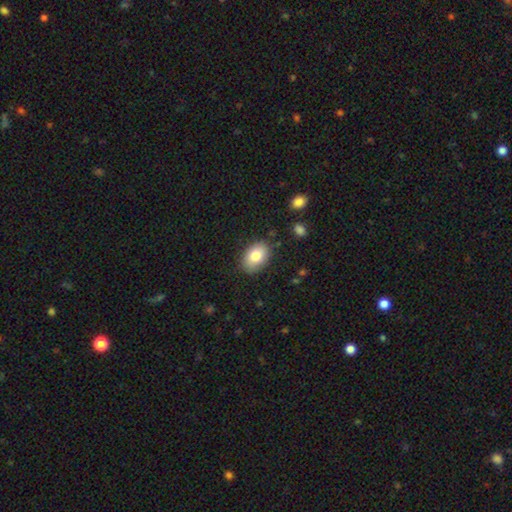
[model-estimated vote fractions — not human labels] Morphology: type=smooth (82%); roundness=in between (85%); merging=none (83%).